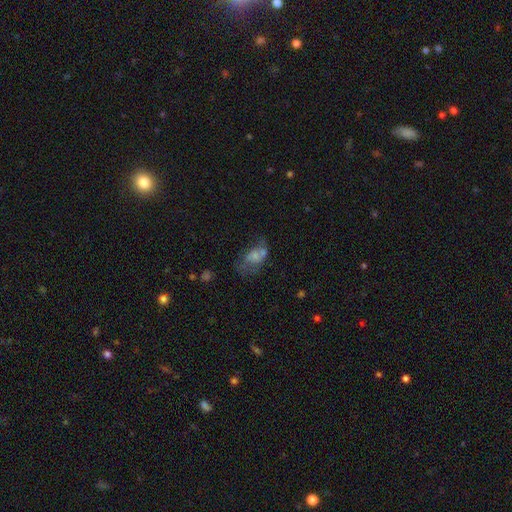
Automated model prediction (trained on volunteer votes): A smooth galaxy with no disk features (51%) that is in between round and cigar-shaped (83%). Merging: major disturbance (29%).